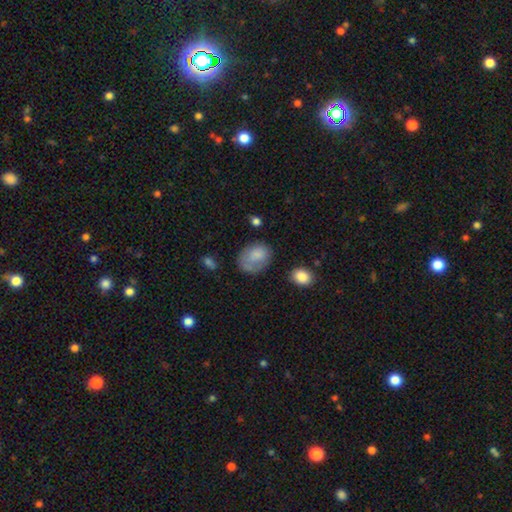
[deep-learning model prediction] This is likely a smooth galaxy (76%). How rounded: likely in between (62%). Merging: possibly none (51%).